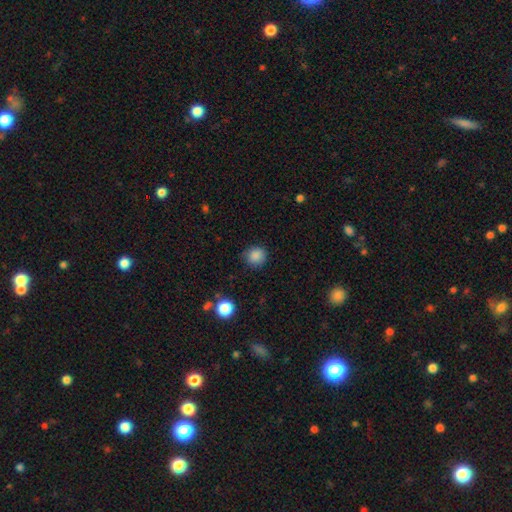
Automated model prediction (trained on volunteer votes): This appears to be a smooth galaxy with no disk features (86%) that is round (90%). Merging: none (85%).